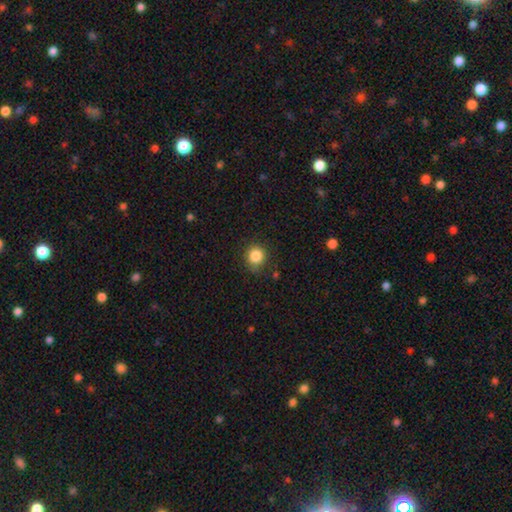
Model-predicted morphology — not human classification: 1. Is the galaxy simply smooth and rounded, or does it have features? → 85% smooth, 11% star or artifact, 4% featured or disk.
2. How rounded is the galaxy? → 89% round, 11% in between, 1% cigar-shaped.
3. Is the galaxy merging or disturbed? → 82% none, 13% minor disturbance, 3% major disturbance, 2% merger.